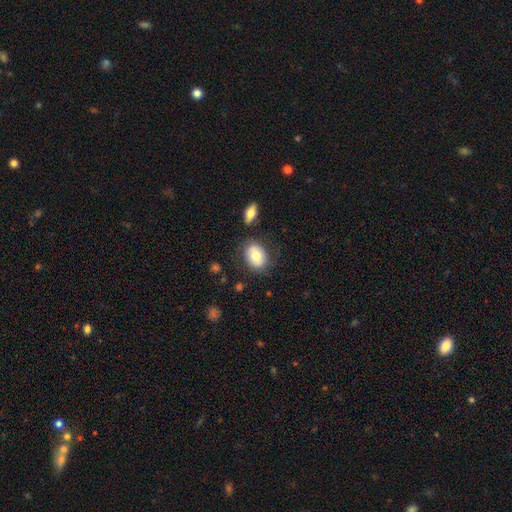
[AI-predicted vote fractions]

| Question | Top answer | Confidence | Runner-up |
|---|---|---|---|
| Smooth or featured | smooth | 77% | featured or disk (16%) |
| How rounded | in between | 76% | round (22%) |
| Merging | none | 76% | minor disturbance (14%) |